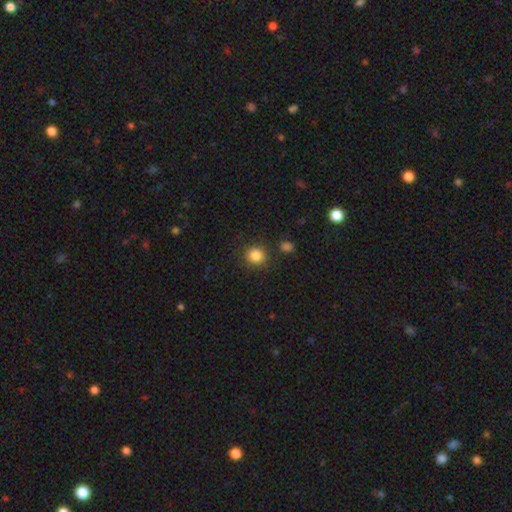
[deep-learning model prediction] smooth-or-featured: smooth: 85% | star or artifact: 11% | featured or disk: 4%
  how-rounded: round: 90% | in between: 9% | cigar-shaped: 1%
  merging: none: 86% | minor disturbance: 8% | merger: 3% | major disturbance: 3%